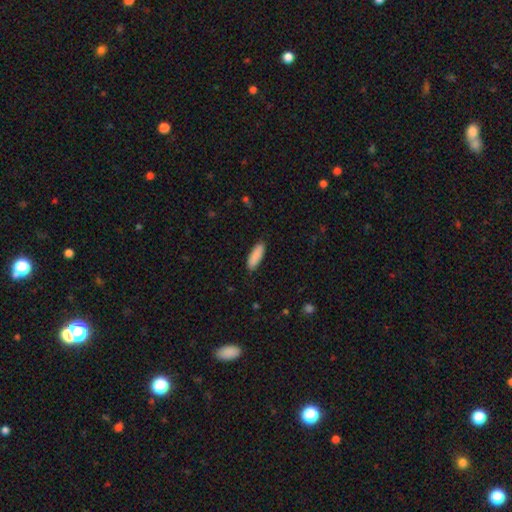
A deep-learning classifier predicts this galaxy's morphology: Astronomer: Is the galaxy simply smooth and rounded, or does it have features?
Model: smooth — 90%.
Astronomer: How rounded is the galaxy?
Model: in between — 54% (runner-up: cigar-shaped, 44%).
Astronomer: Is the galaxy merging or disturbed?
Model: none — 88%.